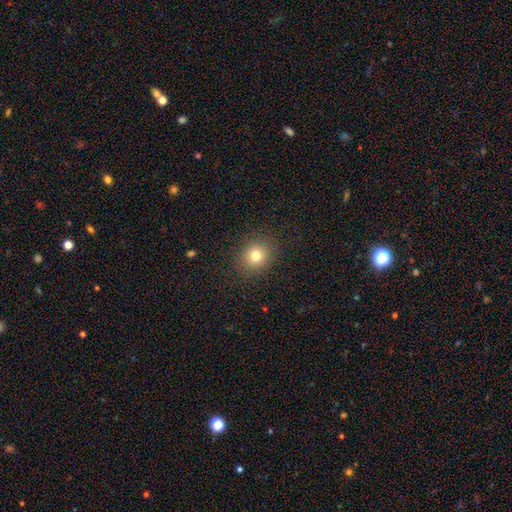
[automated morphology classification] This appears to be a smooth galaxy with no disk features (78%) that is round (77%). Merging: none (89%).